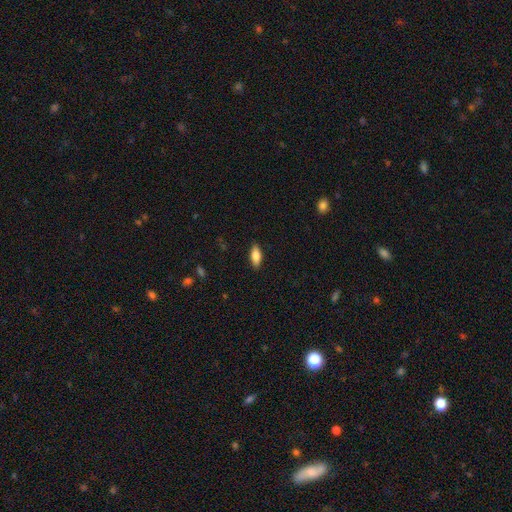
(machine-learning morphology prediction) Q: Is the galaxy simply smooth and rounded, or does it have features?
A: smooth — 82%.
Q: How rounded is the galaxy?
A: in between — 81%.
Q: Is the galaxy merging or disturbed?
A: none — 88%.